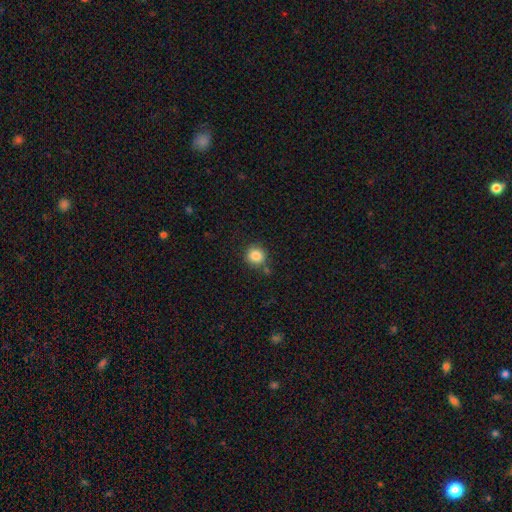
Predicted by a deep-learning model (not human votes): Smooth or featured? Predicted: smooth (p=0.85). How rounded? Predicted: round (p=0.92). Merging? Predicted: none (p=0.80).